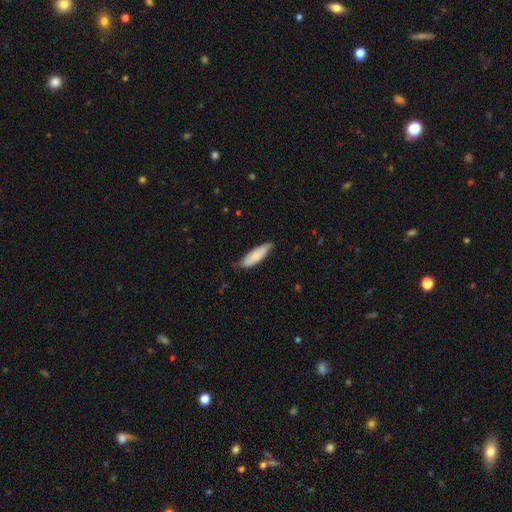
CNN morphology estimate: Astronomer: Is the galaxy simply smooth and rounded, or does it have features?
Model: smooth — 75%.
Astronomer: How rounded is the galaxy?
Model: cigar-shaped — 51% (runner-up: in between, 48%).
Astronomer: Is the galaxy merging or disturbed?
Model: none — 75%.